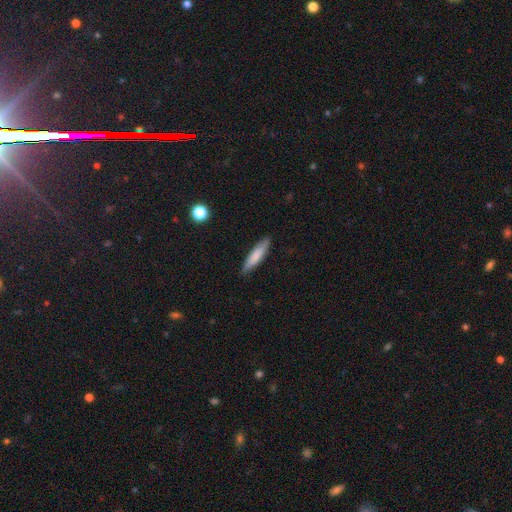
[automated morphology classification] A smooth galaxy with no disk features (77%) that is cigar-shaped (79%). Merging: none (87%).